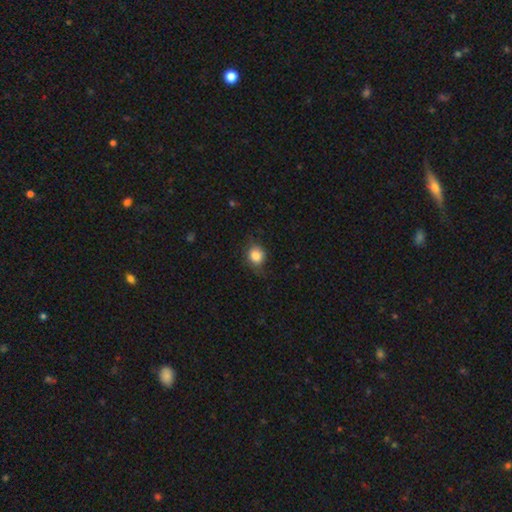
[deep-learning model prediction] The model was most divided on "merging": none: 69%, minor disturbance: 23%, major disturbance: 7%, merger: 1%. More confident: smooth or featured — smooth (82%); how rounded — round (73%).